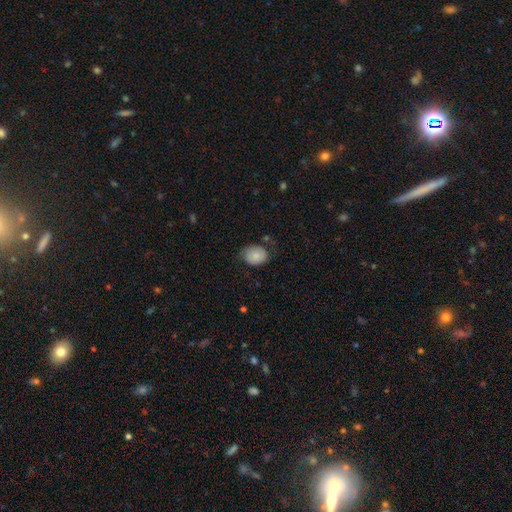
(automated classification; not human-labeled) smooth 81%, featured or disk 12%, star or artifact 7%. Down the decision tree: how rounded — in between (57%); merging — none (67%).